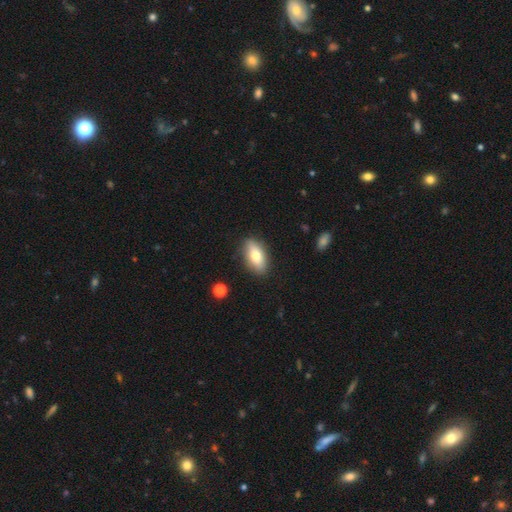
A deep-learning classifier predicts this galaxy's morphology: smooth 72%, featured or disk 21%, star or artifact 7%. Down the decision tree: how rounded — in between (84%); merging — none (86%).